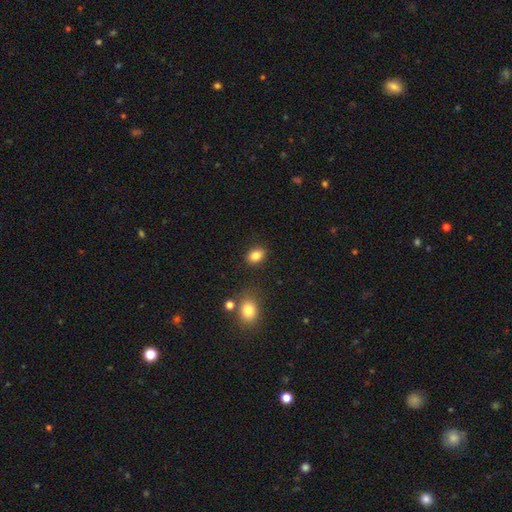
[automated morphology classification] Q: Smooth or featured?
A: smooth (84%); runner-up: star or artifact (10%)
Q: How rounded?
A: in between (75%); runner-up: round (24%)
Q: Merging?
A: none (85%); runner-up: minor disturbance (10%)